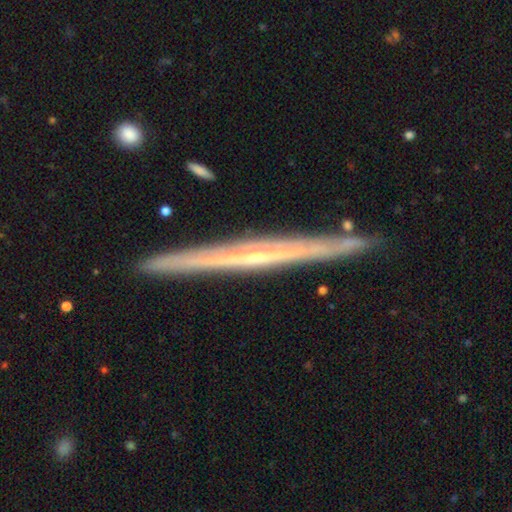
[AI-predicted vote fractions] A featured or disk galaxy (78%) viewed edge-on (97%) with no central bulge (62%).

Vote fractions:
- Smooth or featured? featured or disk: 78% / smooth: 16% / star or artifact: 6%
- Edge-on disk? yes: 97% / no: 3%
- Edge-on bulge? none: 62% / rounded: 34% / boxy: 4%
- Merging? none: 89% / minor disturbance: 8% / merger: 1% / major disturbance: 1%